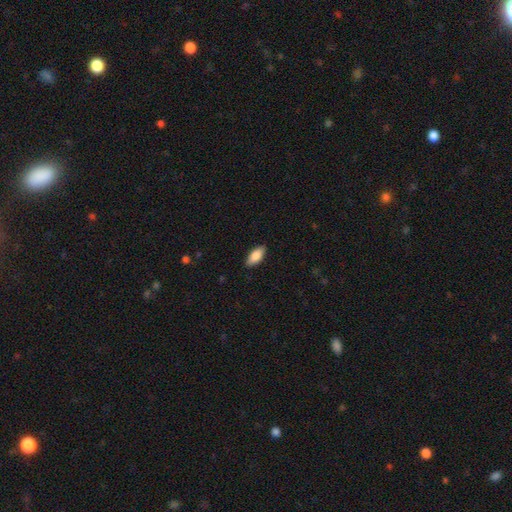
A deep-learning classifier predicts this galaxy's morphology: A smooth galaxy with no disk features (84%) that is in between round and cigar-shaped (87%).

Vote fractions:
- Smooth or featured? smooth: 84% / featured or disk: 10% / star or artifact: 6%
- How rounded? in between: 87% / cigar-shaped: 11% / round: 2%
- Merging? none: 88% / minor disturbance: 9% / major disturbance: 2% / merger: 1%